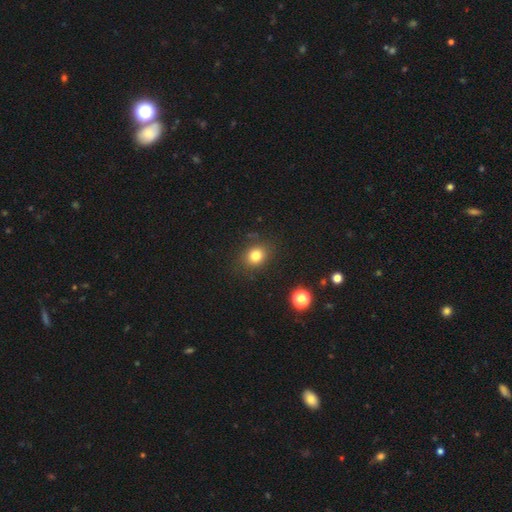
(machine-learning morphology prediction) smooth_or_featured: smooth (p=0.81) [alt: star or artifact p=0.13]
how_rounded: round (p=0.62) [alt: in between p=0.38]
merging: none (p=0.83) [alt: minor disturbance p=0.11]